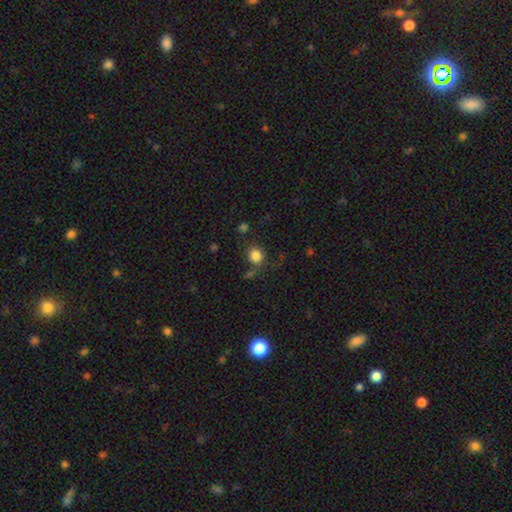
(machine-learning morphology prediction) Q: Smooth or featured?
A: smooth (83%); runner-up: star or artifact (12%)
Q: How rounded?
A: round (78%); runner-up: in between (21%)
Q: Merging?
A: none (73%); runner-up: minor disturbance (13%)